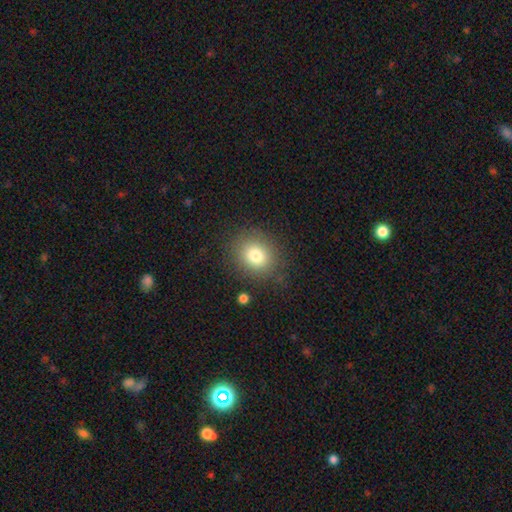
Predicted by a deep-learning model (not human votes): Smooth or featured?
  - smooth: 79% *
  - star or artifact: 12%
  - featured or disk: 9%
How rounded?
  - round: 72% *
  - in between: 27%
  - cigar-shaped: 1%
Merging?
  - none: 86% *
  - minor disturbance: 10%
  - major disturbance: 3%
  - merger: 2%